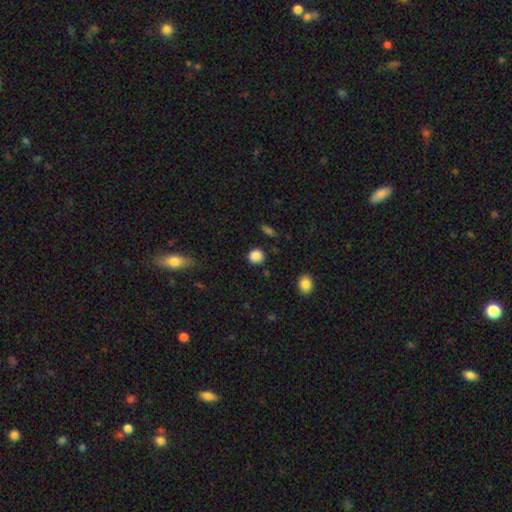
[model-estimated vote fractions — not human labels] This is clearly a smooth galaxy (87%). How rounded: clearly round (85%). Merging: clearly none (86%).